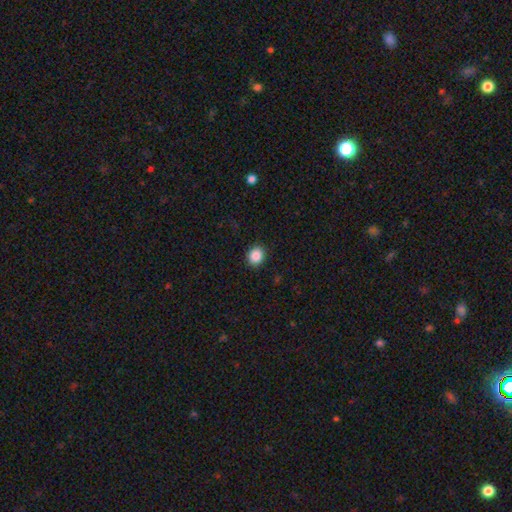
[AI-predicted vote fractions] Smooth or featured?
  - smooth: 87% *
  - star or artifact: 9%
  - featured or disk: 3%
How rounded?
  - round: 69% *
  - in between: 31%
  - cigar-shaped: 1%
Merging?
  - none: 91% *
  - minor disturbance: 6%
  - major disturbance: 2%
  - merger: 1%